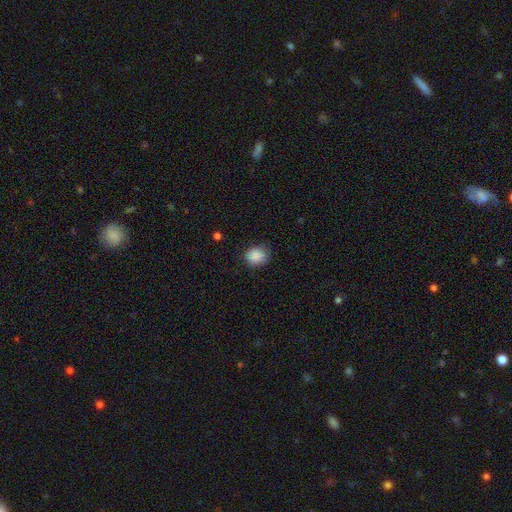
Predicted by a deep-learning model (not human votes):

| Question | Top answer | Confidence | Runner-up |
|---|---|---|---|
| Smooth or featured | smooth | 88% | star or artifact (9%) |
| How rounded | round | 65% | in between (34%) |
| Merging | none | 78% | minor disturbance (17%) |